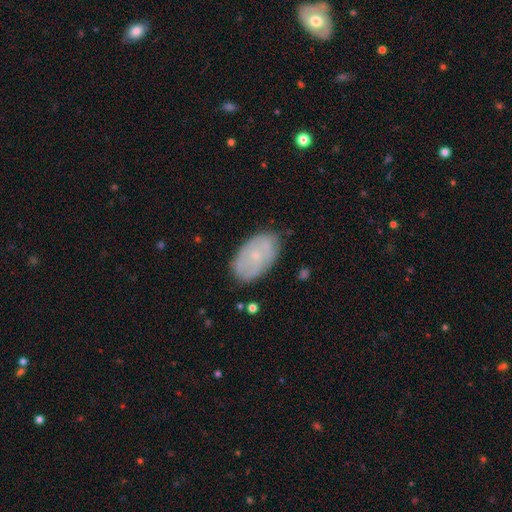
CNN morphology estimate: This appears to be a smooth galaxy with no disk features (48%). Merging: none (78%).